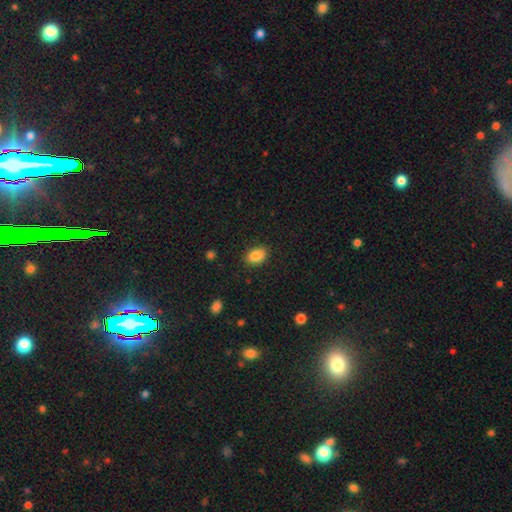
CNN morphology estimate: Smooth or featured: smooth — 86% (star or artifact — 8%)
How rounded: in between — 79% (round — 20%)
Merging: none — 85% (minor disturbance — 11%)